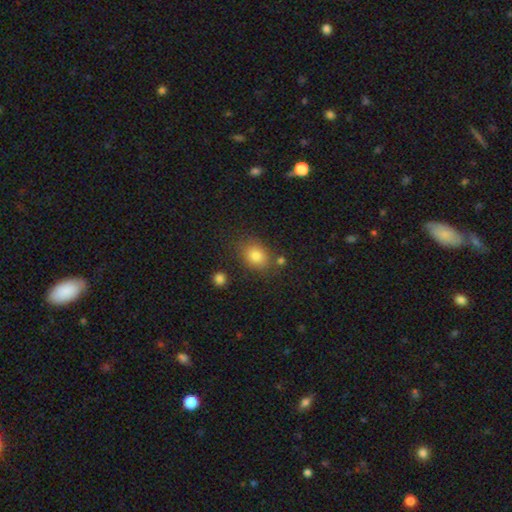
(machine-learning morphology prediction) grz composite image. It shows a smooth galaxy with no disk features (82%) that is in between round and cigar-shaped (61%). Merging: none (75%).